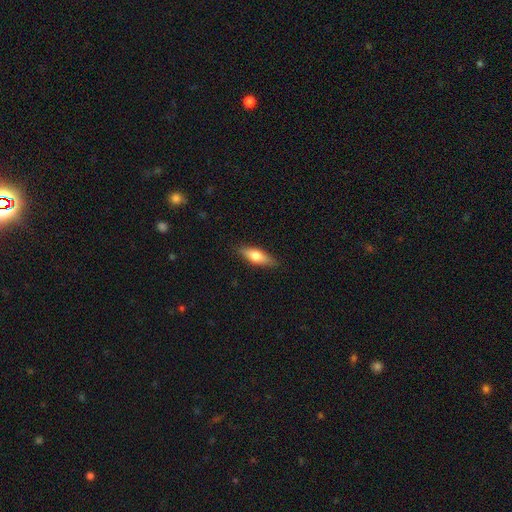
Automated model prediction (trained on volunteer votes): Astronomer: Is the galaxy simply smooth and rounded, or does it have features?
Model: smooth — 65%.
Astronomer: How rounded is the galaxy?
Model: in between — 54% (runner-up: cigar-shaped, 43%).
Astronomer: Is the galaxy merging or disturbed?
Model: none — 86%.